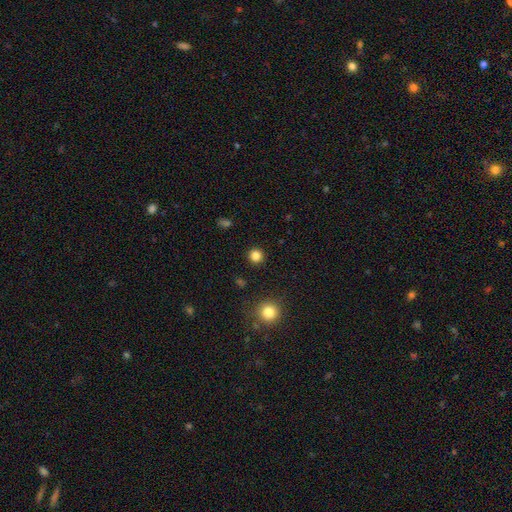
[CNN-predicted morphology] This appears to be a smooth galaxy with no disk features (83%) that is round (95%). Merging: none (92%).